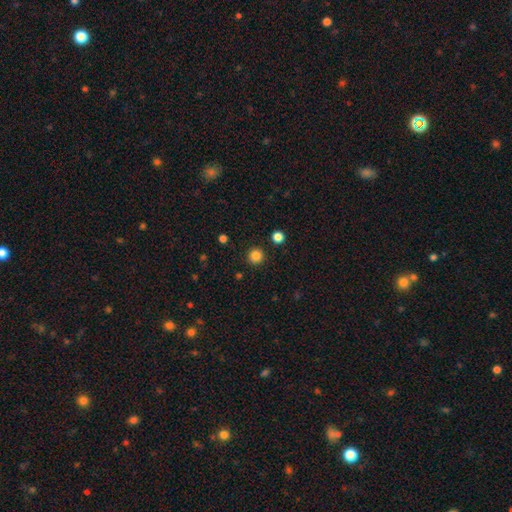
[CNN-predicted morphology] Smooth or featured?
  - smooth: 84% *
  - star or artifact: 12%
  - featured or disk: 3%
How rounded?
  - round: 95% *
  - in between: 4%
  - cigar-shaped: 1%
Merging?
  - none: 92% *
  - minor disturbance: 5%
  - major disturbance: 2%
  - merger: 2%